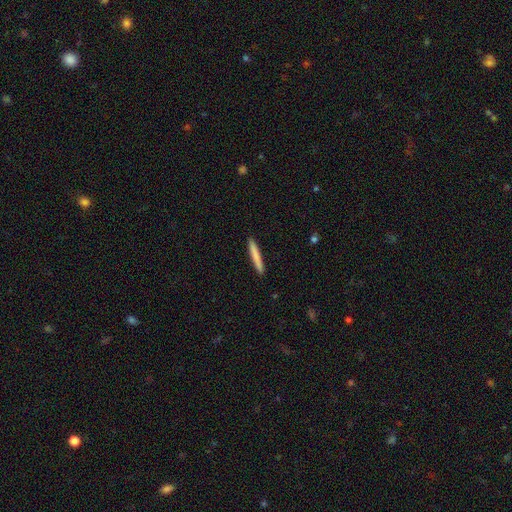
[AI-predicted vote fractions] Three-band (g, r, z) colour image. It shows a smooth galaxy with no disk features (78%) that is cigar-shaped (96%). Merging: none (92%).